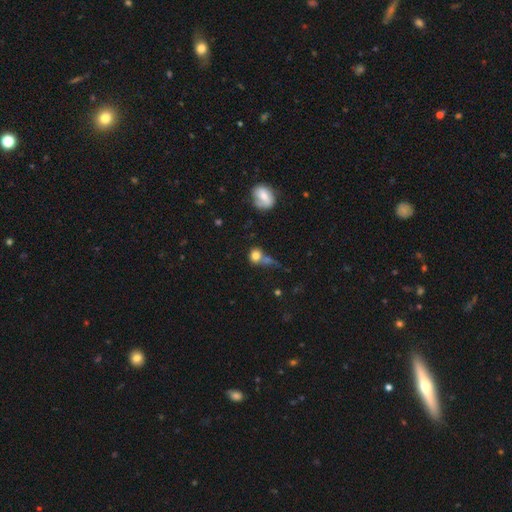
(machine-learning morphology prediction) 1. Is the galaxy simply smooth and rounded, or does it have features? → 78% smooth, 11% star or artifact, 11% featured or disk.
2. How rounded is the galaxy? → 77% round, 21% in between, 2% cigar-shaped.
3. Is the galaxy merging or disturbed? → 46% none, 33% merger, 13% minor disturbance, 8% major disturbance.